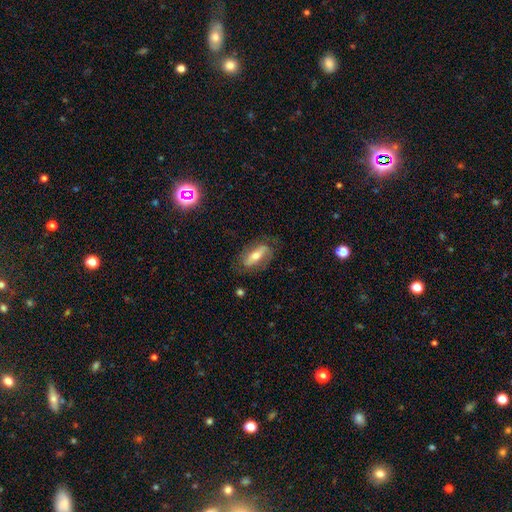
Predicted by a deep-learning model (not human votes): Smooth or featured: featured or disk — 57% (smooth — 34%)
Edge-on disk: no — 73% (yes — 27%)
Merging: none — 75% (minor disturbance — 17%)